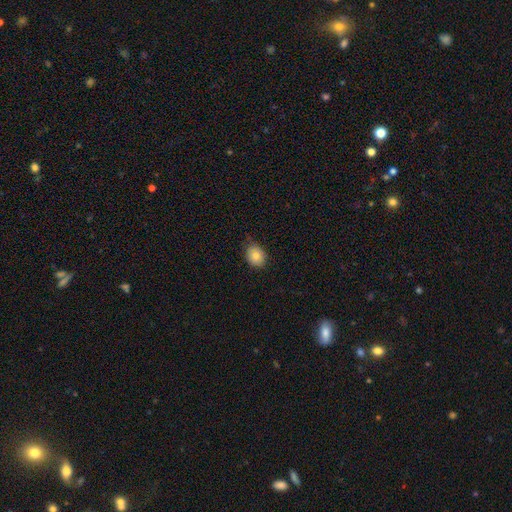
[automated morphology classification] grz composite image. It shows a smooth galaxy with no disk features (82%) that is round (56%). Merging: none (74%).